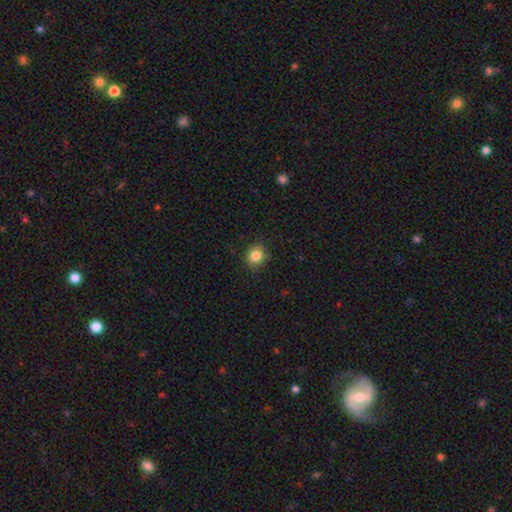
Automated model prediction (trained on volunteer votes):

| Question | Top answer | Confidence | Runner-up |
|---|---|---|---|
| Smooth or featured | smooth | 84% | star or artifact (11%) |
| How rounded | round | 81% | in between (19%) |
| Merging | none | 86% | minor disturbance (11%) |